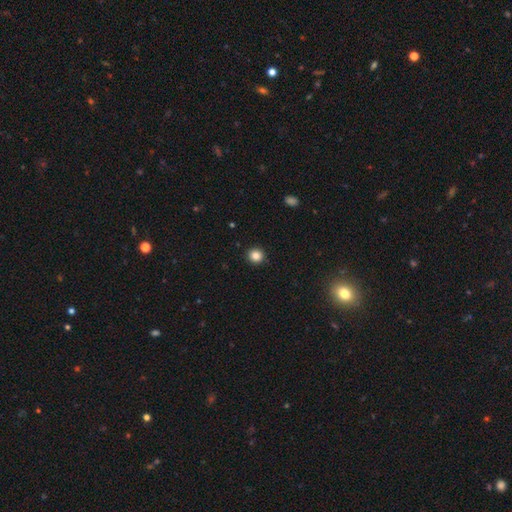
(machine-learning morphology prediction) This is clearly a smooth galaxy (85%). How rounded: clearly round (93%). Merging: clearly none (93%).